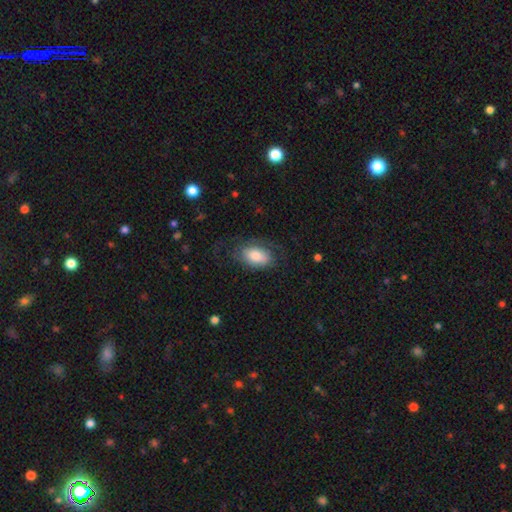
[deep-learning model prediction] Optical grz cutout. It shows a smooth galaxy with no disk features (62%) that is in between round and cigar-shaped (91%). Merging: none (60%).